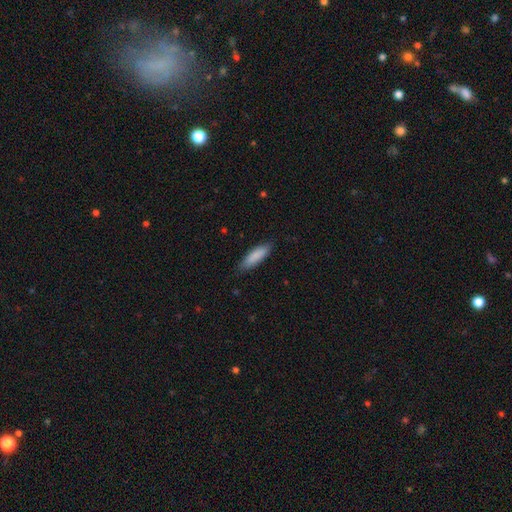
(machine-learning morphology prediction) smooth-or-featured: smooth: 87% | featured or disk: 8% | star or artifact: 5%
  how-rounded: cigar-shaped: 50% | in between: 48% | round: 1%
  merging: none: 83% | minor disturbance: 14% | major disturbance: 2% | merger: 1%